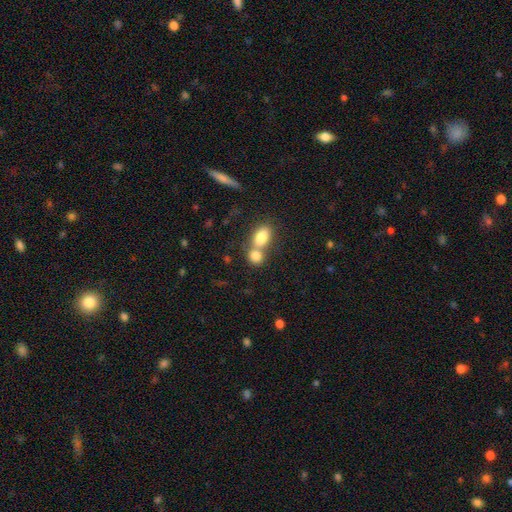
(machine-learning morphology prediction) Smooth or featured? Predicted: smooth (p=0.82). How rounded? Predicted: in between (p=0.59). Merging? Predicted: merger (p=0.59).